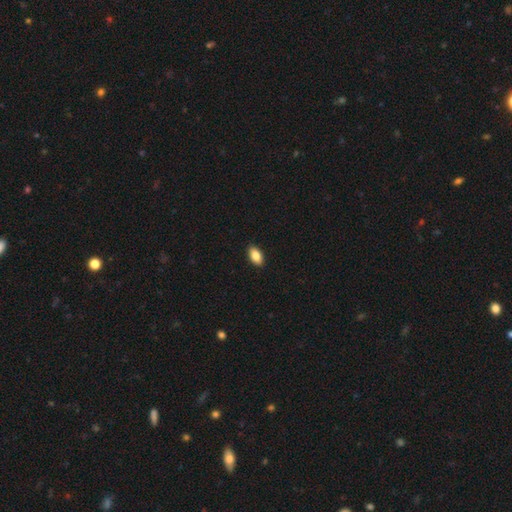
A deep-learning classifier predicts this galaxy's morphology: Smooth or featured? Predicted: smooth (p=0.85). How rounded? Predicted: in between (p=0.92). Merging? Predicted: none (p=0.90).